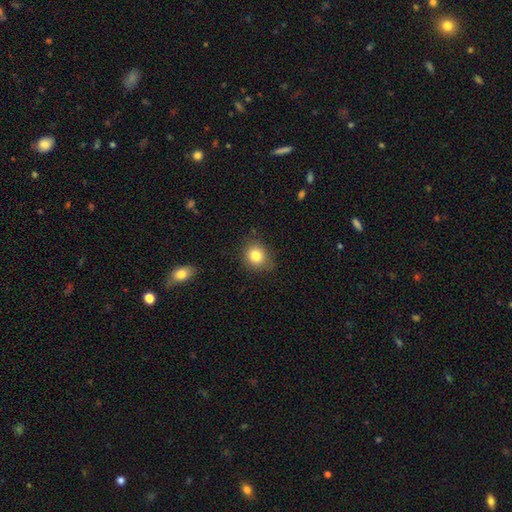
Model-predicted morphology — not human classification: type=smooth (82%); roundness=round (75%); merging=none (79%).